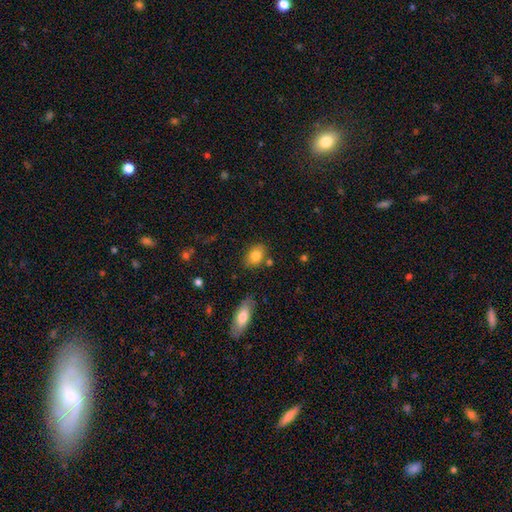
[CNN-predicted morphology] Smooth or featured? smooth (82%)
How rounded? in between (74%)
Merging? none (77%)